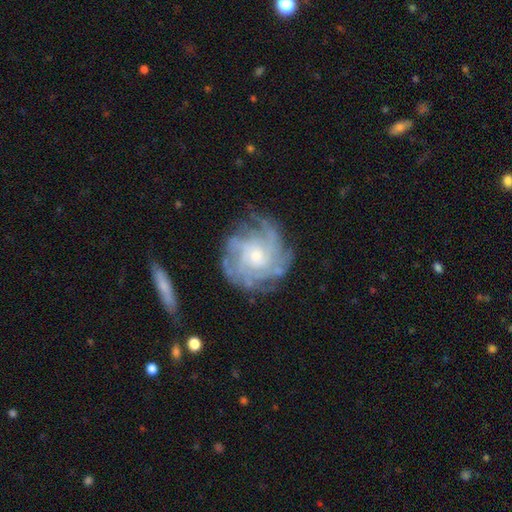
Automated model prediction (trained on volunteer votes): Smooth or featured?
  - featured or disk: 83% *
  - smooth: 10%
  - star or artifact: 7%
Edge-on disk?
  - no: 97% *
  - yes: 3%
Bar?
  - no: 74% *
  - weak: 22%
  - strong: 4%
Spiral arms?
  - yes: 95% *
  - no: 5%
Spiral winding?
  - tight: 64% *
  - medium: 28%
  - loose: 8%
Spiral arm count?
  - can't tell: 34% *
  - 4: 22%
  - more than 4: 15%
  - 3: 13%
  - 2: 9%
  - 1: 6%
Bulge size?
  - small: 59% *
  - moderate: 35%
  - large: 3%
  - none: 2%
  - dominant: 1%
Merging?
  - none: 75% *
  - minor disturbance: 16%
  - major disturbance: 7%
  - merger: 2%